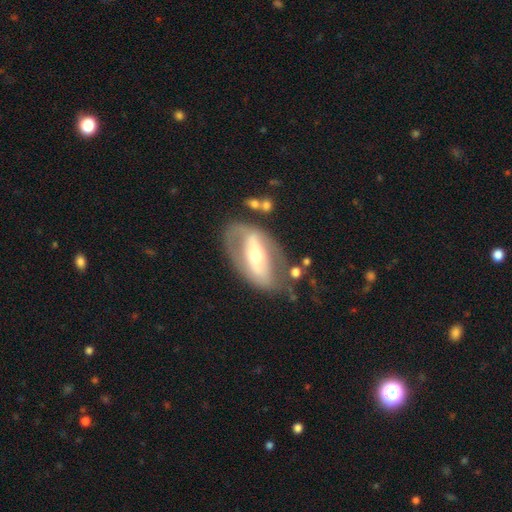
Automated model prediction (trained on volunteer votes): Morphology: type=featured or disk (71%); edge-on=no (88%); bar=strong (59%); spiral arms=no (54%); bulge=moderate (54%); merging=none (62%).